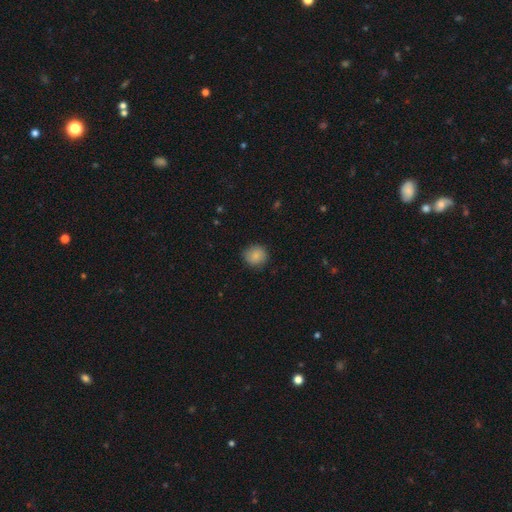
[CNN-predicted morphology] This appears to be a smooth galaxy with no disk features (85%) that is round (88%). Merging: none (85%).